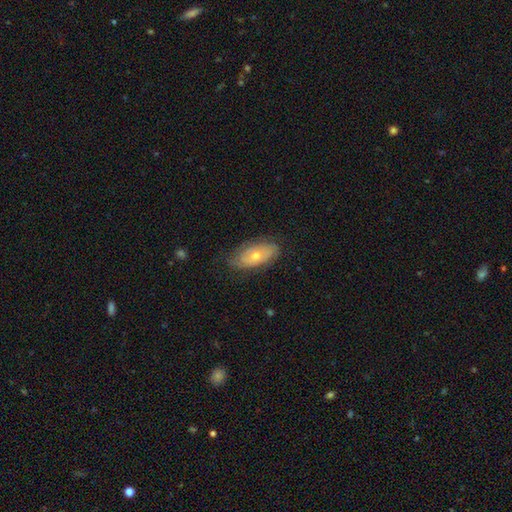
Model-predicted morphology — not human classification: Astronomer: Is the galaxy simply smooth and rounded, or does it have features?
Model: smooth — 49% (runner-up: featured or disk, 44%).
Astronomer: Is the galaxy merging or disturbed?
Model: none — 71%.